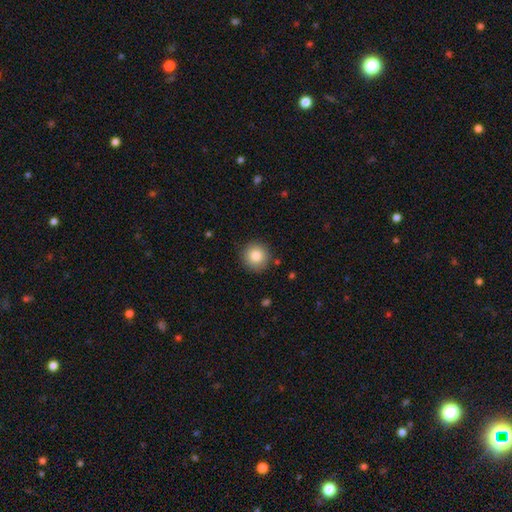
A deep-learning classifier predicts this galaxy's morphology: Smooth or featured? Predicted: smooth (p=0.85). How rounded? Predicted: round (p=0.93). Merging? Predicted: none (p=0.89).